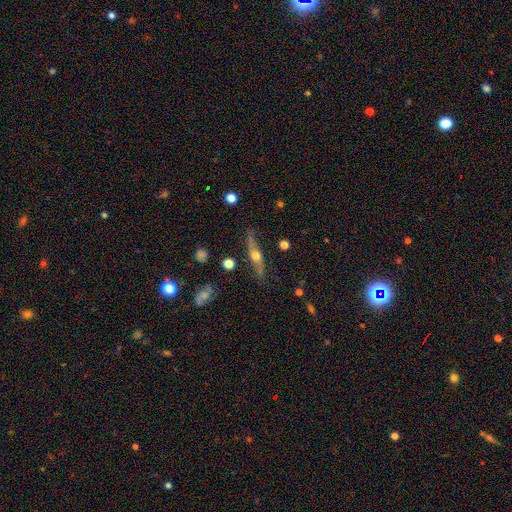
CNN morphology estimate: Smooth or featured?
  - featured or disk: 68% *
  - smooth: 26%
  - star or artifact: 6%
Edge-on disk?
  - yes: 80% *
  - no: 20%
Edge-on bulge?
  - rounded: 93% *
  - boxy: 3%
  - none: 3%
Merging?
  - none: 77% *
  - minor disturbance: 17%
  - major disturbance: 4%
  - merger: 2%